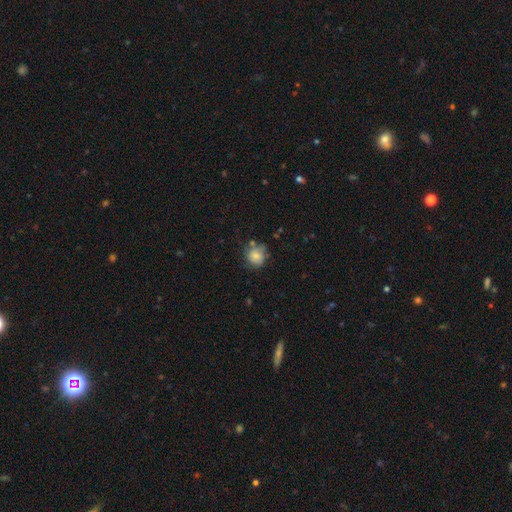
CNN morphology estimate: smooth_or_featured: smooth (p=0.72) [alt: featured or disk p=0.18]
how_rounded: round (p=0.80) [alt: in between p=0.19]
merging: none (p=0.59) [alt: minor disturbance p=0.26]